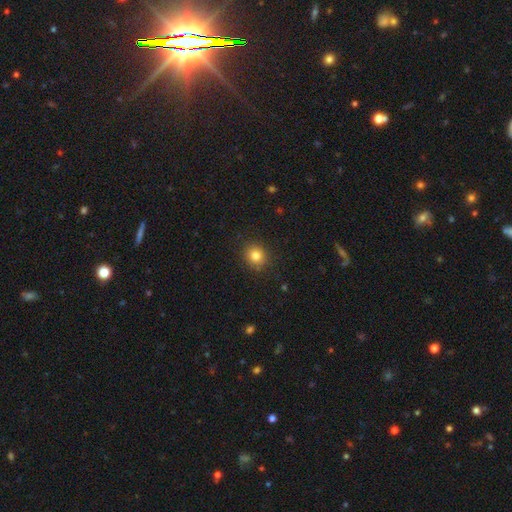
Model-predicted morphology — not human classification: Smooth or featured: smooth — 82% (star or artifact — 12%)
How rounded: round — 82% (in between — 17%)
Merging: none — 89% (minor disturbance — 8%)